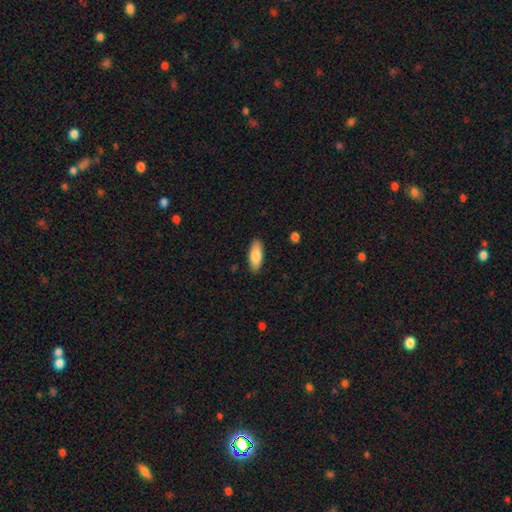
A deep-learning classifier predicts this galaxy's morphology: A smooth galaxy with no disk features (83%) that is in between round and cigar-shaped (76%).

Vote fractions:
- Smooth or featured? smooth: 83% / featured or disk: 12% / star or artifact: 6%
- How rounded? in between: 76% / cigar-shaped: 22% / round: 2%
- Merging? none: 89% / minor disturbance: 8% / major disturbance: 2% / merger: 1%